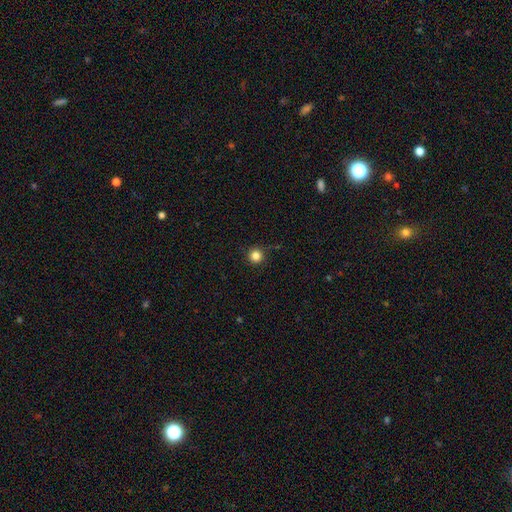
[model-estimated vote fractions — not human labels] A smooth galaxy with no disk features (84%) that is round (96%). Merging: none (90%).